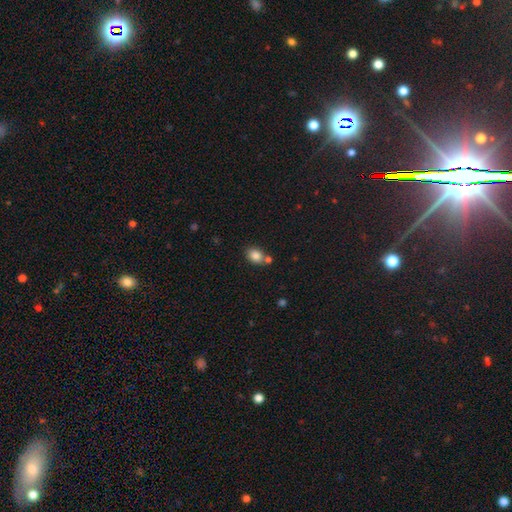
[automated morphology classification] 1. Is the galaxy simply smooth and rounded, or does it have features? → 83% smooth, 10% star or artifact, 7% featured or disk.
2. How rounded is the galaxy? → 57% in between, 41% round, 1% cigar-shaped.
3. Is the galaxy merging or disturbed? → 62% none, 22% merger, 13% minor disturbance, 3% major disturbance.